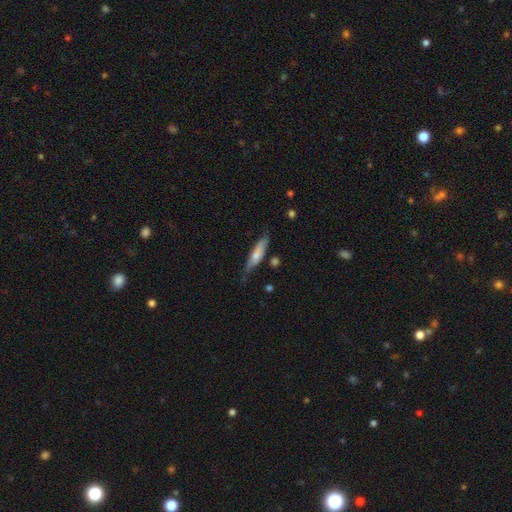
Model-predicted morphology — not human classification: Smooth or featured? Predicted: smooth (p=0.53). How rounded? Predicted: cigar-shaped (p=0.72). Merging? Predicted: none (p=0.71).